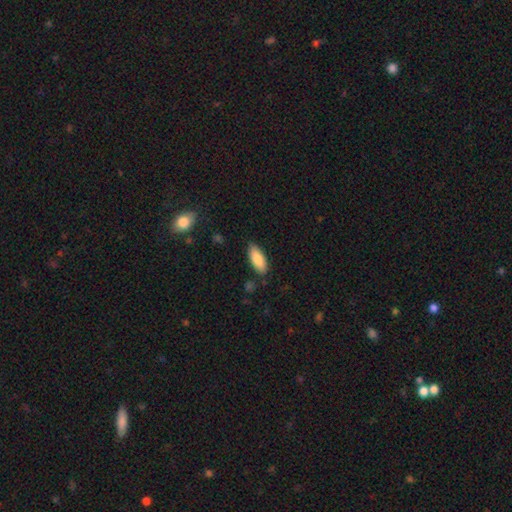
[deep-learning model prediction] This is clearly a smooth galaxy (84%). How rounded: likely in between (79%). Merging: clearly none (84%).